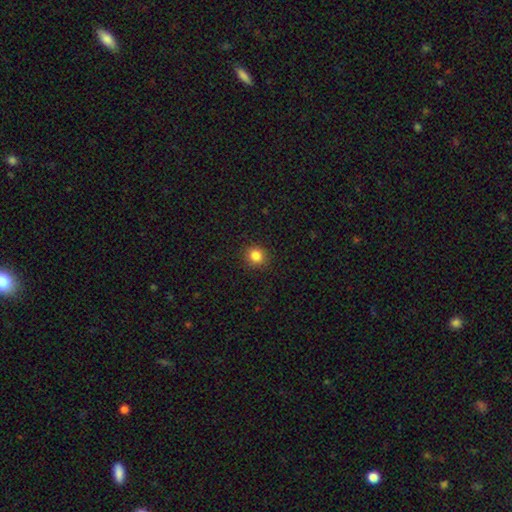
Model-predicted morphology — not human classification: Q: Smooth or featured?
A: smooth (84%); runner-up: star or artifact (11%)
Q: How rounded?
A: round (85%); runner-up: in between (14%)
Q: Merging?
A: none (90%); runner-up: minor disturbance (7%)